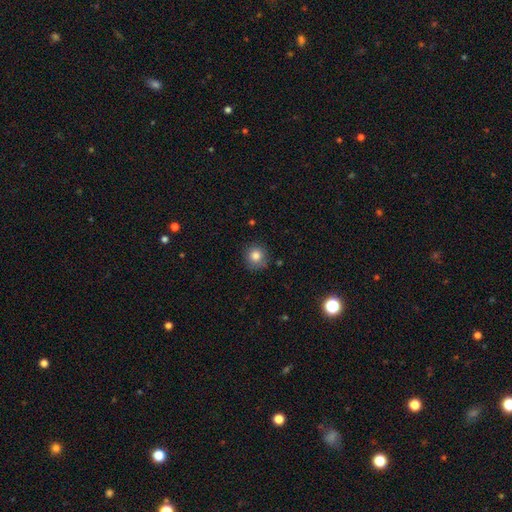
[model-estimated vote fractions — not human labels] smooth_or_featured: smooth (p=0.82) [alt: star or artifact p=0.11]
how_rounded: round (p=0.93) [alt: in between p=0.06]
merging: none (p=0.84) [alt: minor disturbance p=0.12]